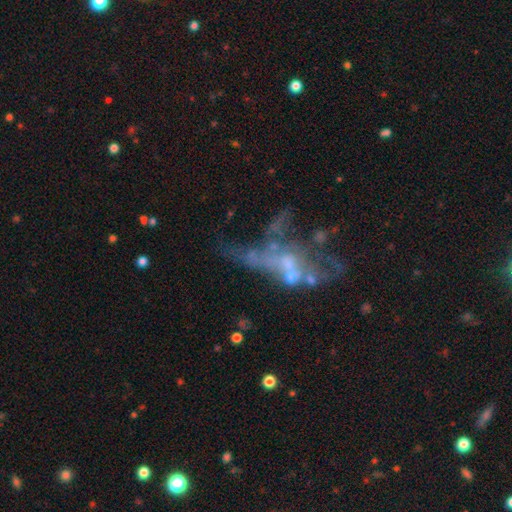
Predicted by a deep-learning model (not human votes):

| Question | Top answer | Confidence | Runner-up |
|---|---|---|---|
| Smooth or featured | featured or disk | 59% | star or artifact (26%) |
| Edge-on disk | no | 90% | yes (10%) |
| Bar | no | 88% | weak (9%) |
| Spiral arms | no | 87% | yes (13%) |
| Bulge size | none | 58% | small (24%) |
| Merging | major disturbance | 36% | none (27%) |